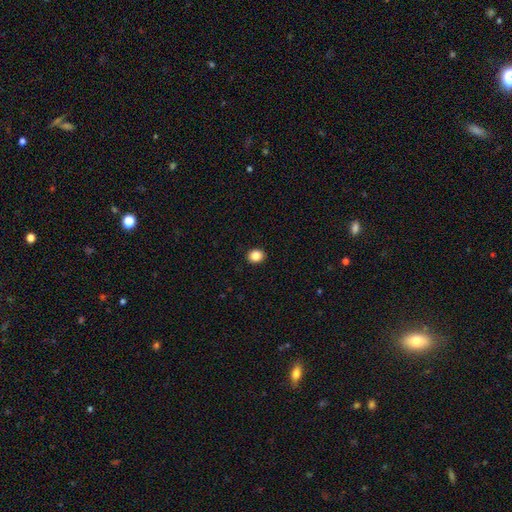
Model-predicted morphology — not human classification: Smooth or featured?
  - smooth: 86% *
  - star or artifact: 10%
  - featured or disk: 4%
How rounded?
  - round: 69% *
  - in between: 30%
  - cigar-shaped: 1%
Merging?
  - none: 92% *
  - minor disturbance: 5%
  - major disturbance: 2%
  - merger: 1%